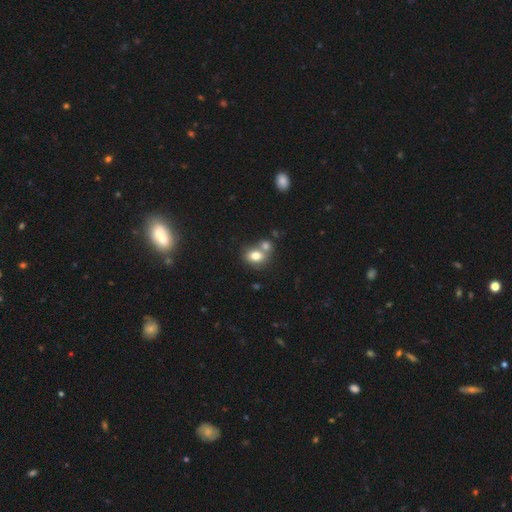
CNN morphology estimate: smooth 77%, featured or disk 13%, star or artifact 10%. Down the decision tree: how rounded — in between (58%); merging — merger (47%).